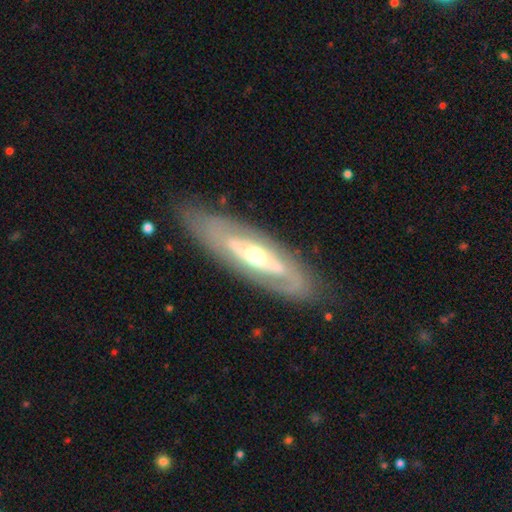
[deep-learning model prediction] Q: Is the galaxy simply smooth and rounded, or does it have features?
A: featured or disk — 74%.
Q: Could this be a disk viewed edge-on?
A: no — 79%.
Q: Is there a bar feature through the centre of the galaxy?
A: no — 72%.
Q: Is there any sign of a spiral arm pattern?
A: no — 56%.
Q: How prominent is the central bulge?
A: moderate — 65%.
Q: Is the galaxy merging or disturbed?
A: none — 80%.